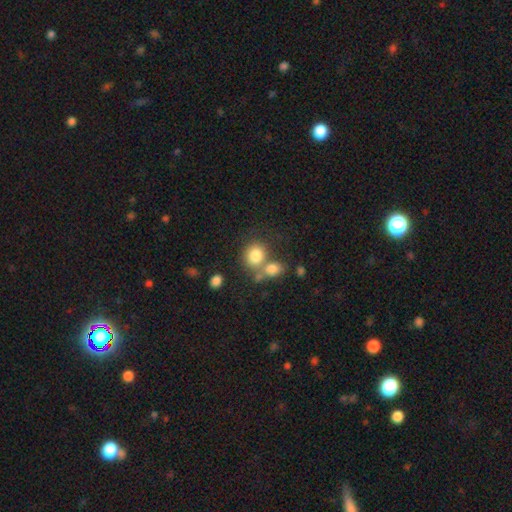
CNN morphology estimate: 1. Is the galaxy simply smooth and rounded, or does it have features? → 81% smooth, 10% star or artifact, 9% featured or disk.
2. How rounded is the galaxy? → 71% round, 27% in between, 1% cigar-shaped.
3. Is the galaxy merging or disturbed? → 46% none, 39% merger, 10% minor disturbance, 5% major disturbance.